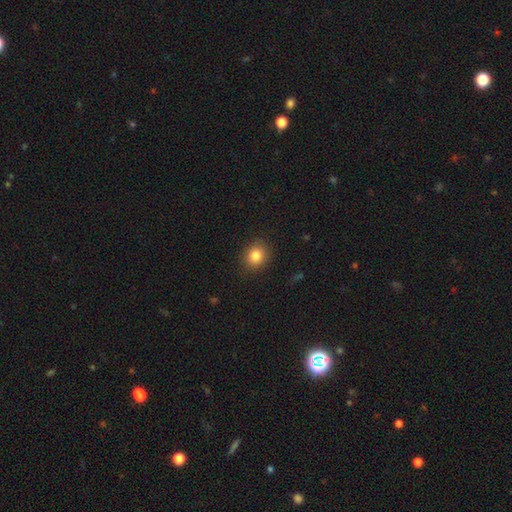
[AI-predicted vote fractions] The model was most divided on "how rounded": round: 68%, in between: 31%, cigar-shaped: 1%. More confident: merging — none (88%); smooth or featured — smooth (84%).